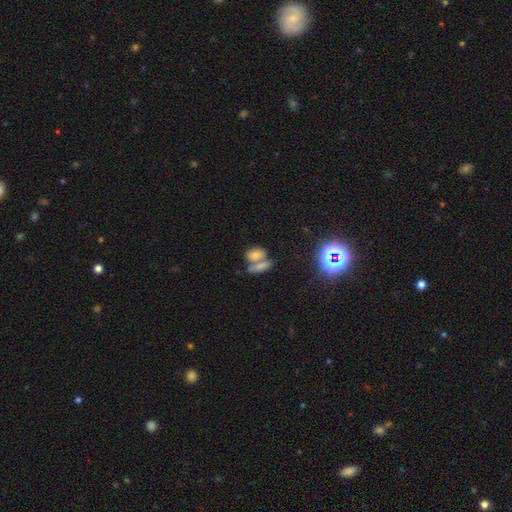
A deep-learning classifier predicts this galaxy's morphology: smooth 69%, star or artifact 17%, featured or disk 14%. Down the decision tree: how rounded — in between (79%); merging — merger (56%).